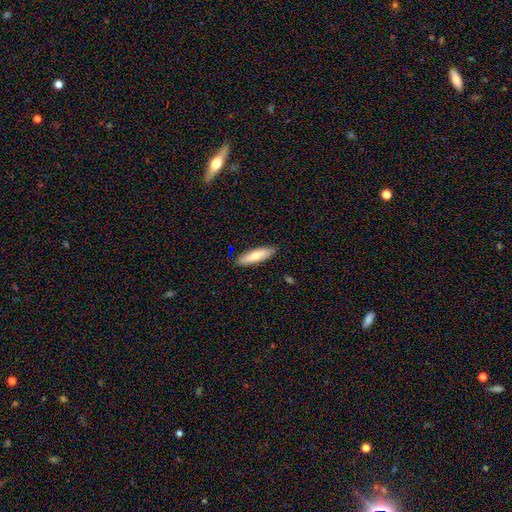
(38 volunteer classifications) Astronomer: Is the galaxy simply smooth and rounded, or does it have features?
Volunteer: smooth — 63%.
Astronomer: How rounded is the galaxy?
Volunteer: in between — 62%.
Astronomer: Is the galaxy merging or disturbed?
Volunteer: none — 88%.